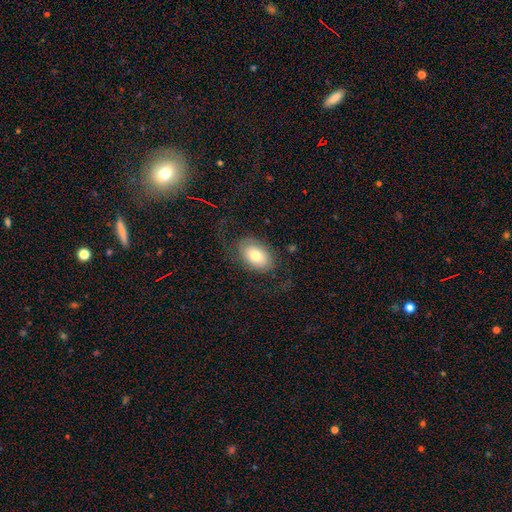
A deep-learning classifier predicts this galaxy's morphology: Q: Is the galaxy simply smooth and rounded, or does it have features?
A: smooth — 58%.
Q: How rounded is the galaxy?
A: in between — 87%.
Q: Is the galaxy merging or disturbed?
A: none — 66%.